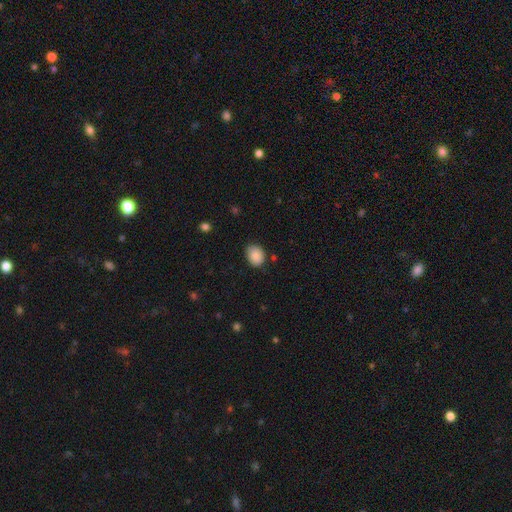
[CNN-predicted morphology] This appears to be a smooth galaxy with no disk features (88%) that is in between round and cigar-shaped (57%). Merging: none (78%).